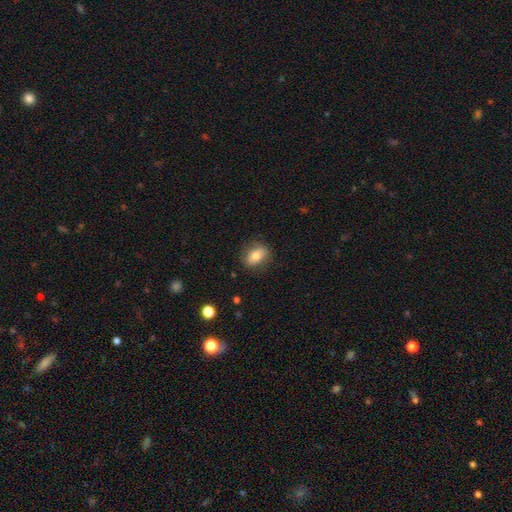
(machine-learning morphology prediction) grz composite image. It shows a smooth galaxy with no disk features (74%) that is in between round and cigar-shaped (73%). Merging: none (81%).